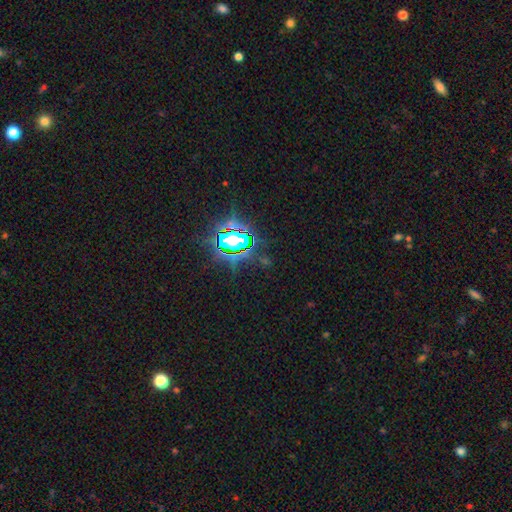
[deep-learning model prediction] A star or artifact, not a galaxy (81%).

Vote fractions:
- Smooth or featured? star or artifact: 81% / smooth: 11% / featured or disk: 7%